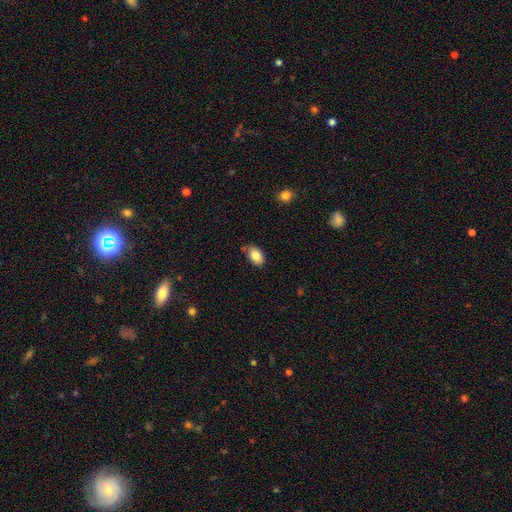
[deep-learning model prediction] The model was most divided on "merging": none: 76%, minor disturbance: 18%, merger: 3%, major disturbance: 3%. More confident: how rounded — in between (90%); smooth or featured — smooth (84%).